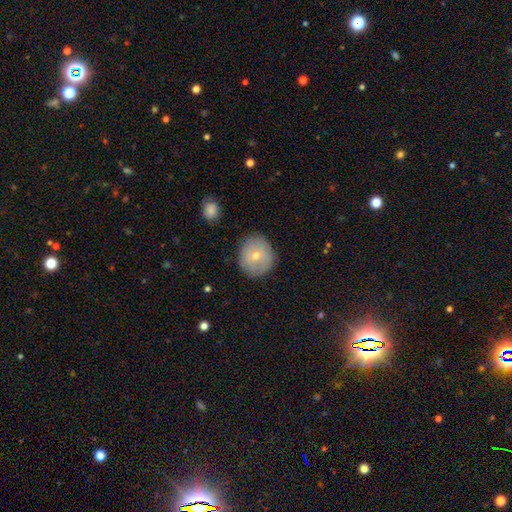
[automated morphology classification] The model was most divided on "smooth or featured": smooth: 58%, featured or disk: 32%, star or artifact: 10%. More confident: how rounded — round (84%); merging — none (83%).